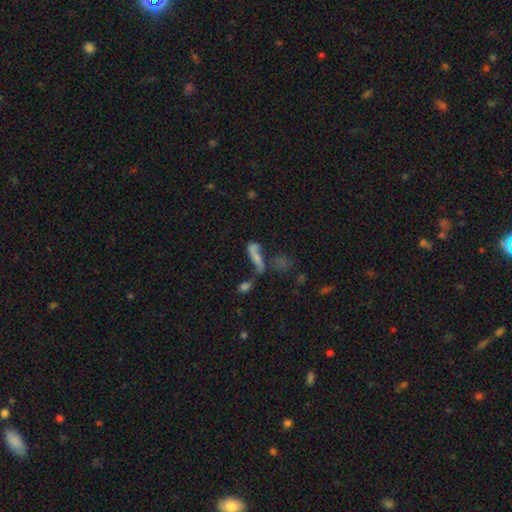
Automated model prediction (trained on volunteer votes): This is possibly a smooth galaxy (51%). How rounded: possibly cigar-shaped (51%). Merging: marginally merger (44%).